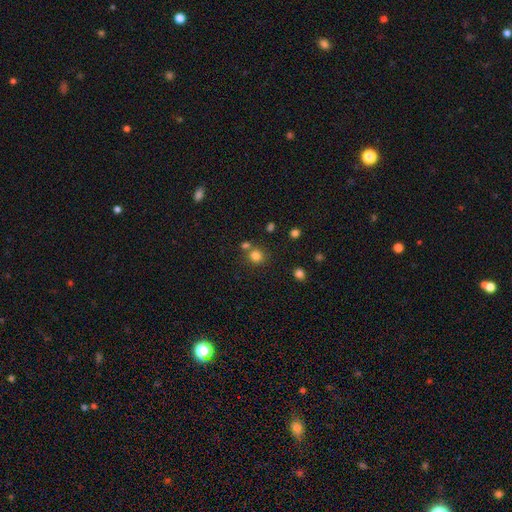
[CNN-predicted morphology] This is clearly a smooth galaxy (80%). How rounded: clearly round (88%). Merging: likely none (69%).